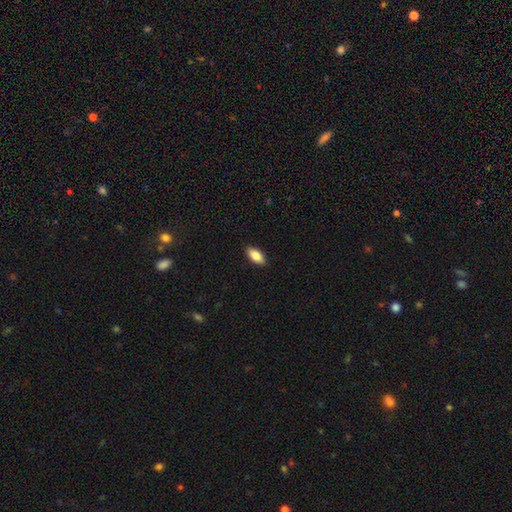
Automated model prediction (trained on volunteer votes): smooth 85%, featured or disk 9%, star or artifact 6%. Down the decision tree: how rounded — in between (88%); merging — none (90%).